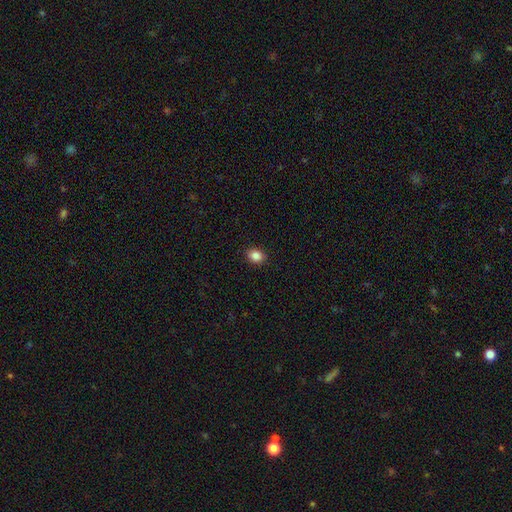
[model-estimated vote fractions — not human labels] Q: Smooth or featured?
A: smooth (85%); runner-up: star or artifact (10%)
Q: How rounded?
A: round (53%); runner-up: in between (46%)
Q: Merging?
A: none (91%); runner-up: minor disturbance (6%)